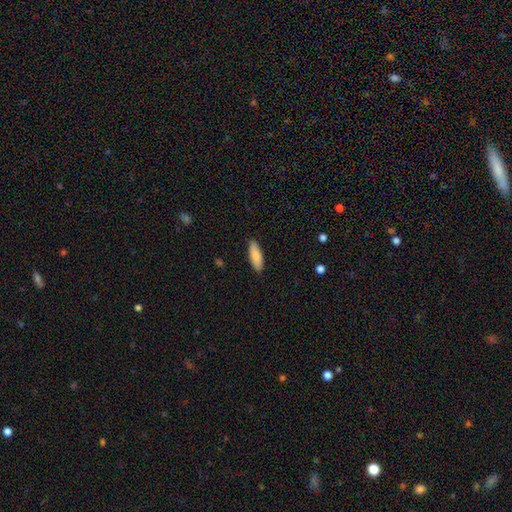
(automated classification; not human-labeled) Smooth or featured: smooth — 86% (featured or disk — 9%)
How rounded: in between — 56% (cigar-shaped — 42%)
Merging: none — 89% (minor disturbance — 8%)